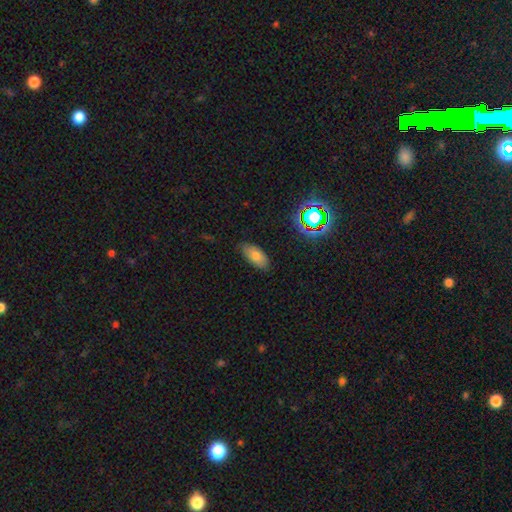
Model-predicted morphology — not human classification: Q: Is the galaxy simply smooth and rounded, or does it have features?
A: smooth — 75%.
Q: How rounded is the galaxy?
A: in between — 91%.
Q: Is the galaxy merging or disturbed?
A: none — 78%.